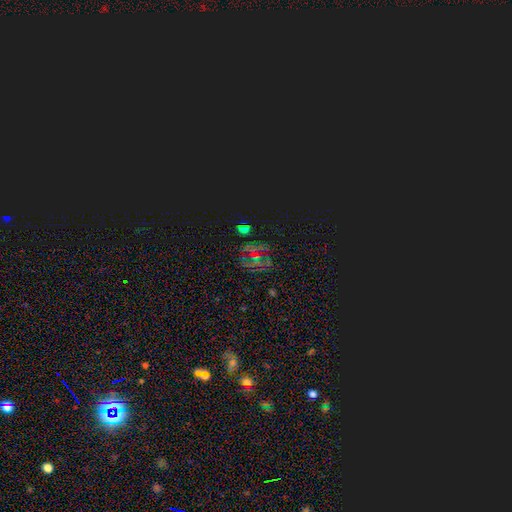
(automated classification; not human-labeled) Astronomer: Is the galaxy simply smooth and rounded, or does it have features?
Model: star or artifact — 56%.